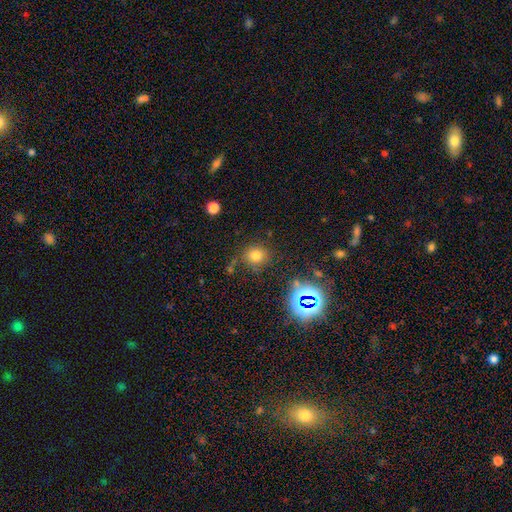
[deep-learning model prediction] Q: Smooth or featured?
A: smooth (72%); runner-up: star or artifact (20%)
Q: How rounded?
A: round (83%); runner-up: in between (16%)
Q: Merging?
A: none (78%); runner-up: minor disturbance (13%)